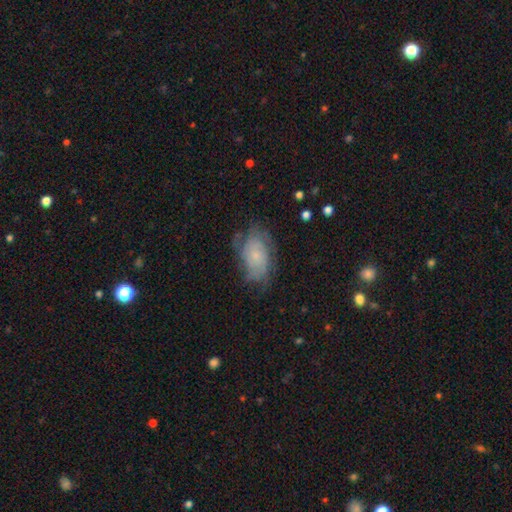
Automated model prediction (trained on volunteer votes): Smooth or featured?
  - featured or disk: 53% *
  - smooth: 38%
  - star or artifact: 9%
Edge-on disk?
  - no: 96% *
  - yes: 4%
Bar?
  - no: 81% *
  - weak: 16%
  - strong: 3%
Spiral arms?
  - yes: 78% *
  - no: 22%
Bulge size?
  - small: 69% *
  - moderate: 16%
  - none: 11%
  - large: 3%
  - dominant: 1%
Merging?
  - none: 58% *
  - minor disturbance: 26%
  - major disturbance: 15%
  - merger: 2%